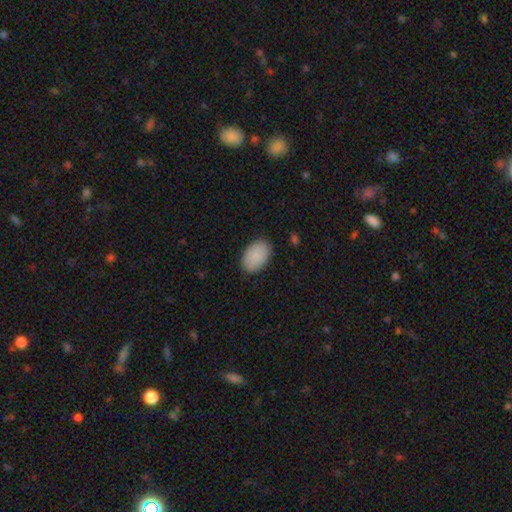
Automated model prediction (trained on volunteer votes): A smooth galaxy with no disk features (90%) that is in between round and cigar-shaped (90%). Merging: none (88%).